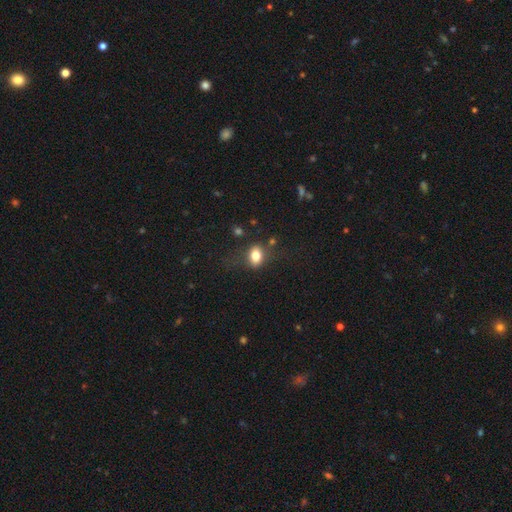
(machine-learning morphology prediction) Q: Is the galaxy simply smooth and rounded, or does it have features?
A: smooth — 78%.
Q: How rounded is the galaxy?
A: in between — 72%.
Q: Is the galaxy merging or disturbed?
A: none — 69%.